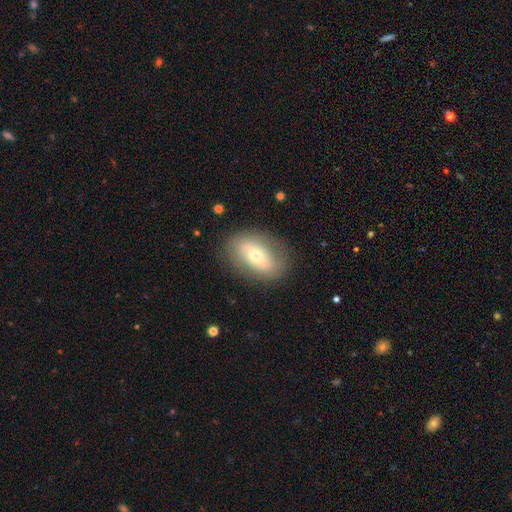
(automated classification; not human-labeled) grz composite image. It shows a smooth galaxy with no disk features (53%) that is in between round and cigar-shaped (83%). Merging: none (82%).